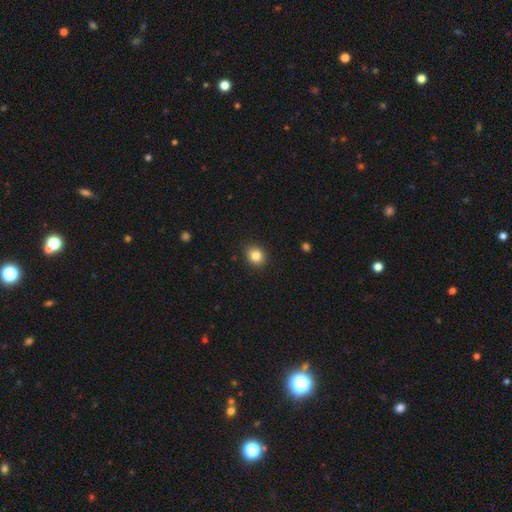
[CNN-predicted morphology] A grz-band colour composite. It shows a smooth galaxy with no disk features (84%) that is round (75%). Merging: none (89%).